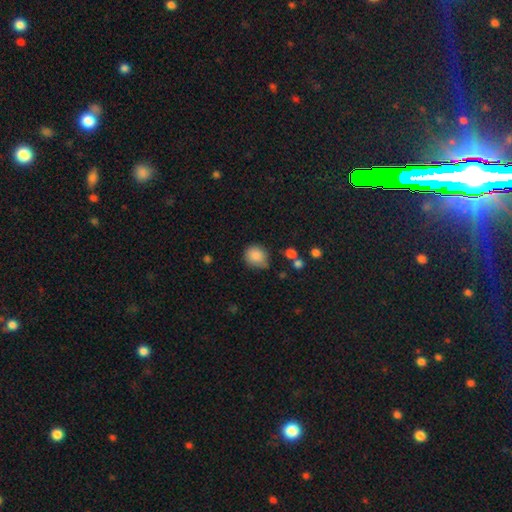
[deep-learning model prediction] A smooth galaxy with no disk features (86%) that is round (76%). Merging: none (62%).